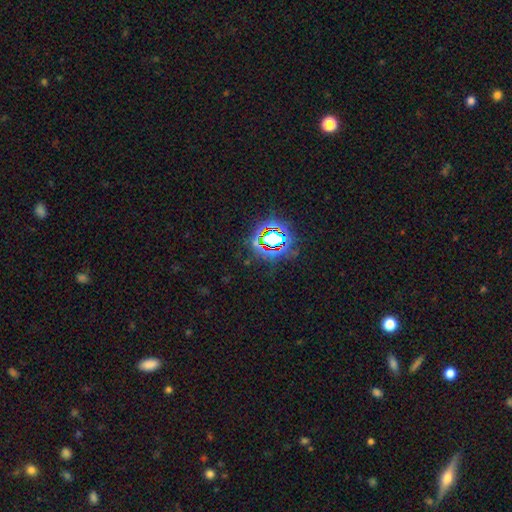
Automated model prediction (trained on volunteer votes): This appears to be a star or artifact, not a galaxy (79%).